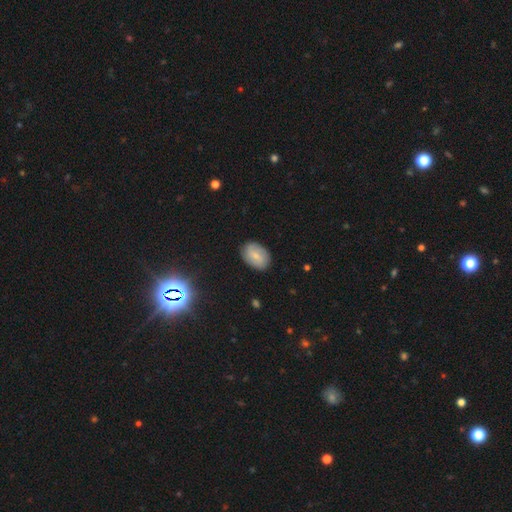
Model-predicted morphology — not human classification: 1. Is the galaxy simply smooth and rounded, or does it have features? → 61% smooth, 30% featured or disk, 9% star or artifact.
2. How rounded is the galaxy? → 83% in between, 16% round, 1% cigar-shaped.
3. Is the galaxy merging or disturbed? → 84% none, 12% minor disturbance, 3% major disturbance, 1% merger.